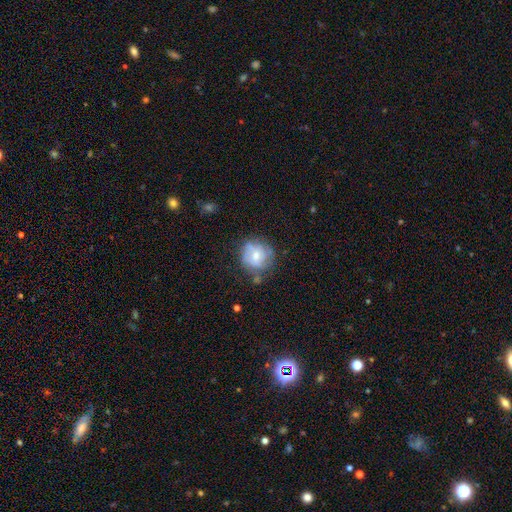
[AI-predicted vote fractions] The model was most divided on "smooth or featured": smooth: 47%, featured or disk: 45%, star or artifact: 8%. More confident: merging — none (56%).